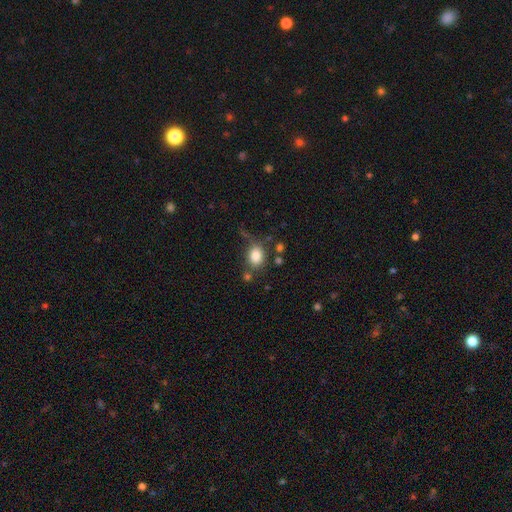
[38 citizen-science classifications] Smooth or featured? 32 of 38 (84%) said smooth. How rounded? 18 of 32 (56%) said in between. Merging? 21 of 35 (60%) said none.